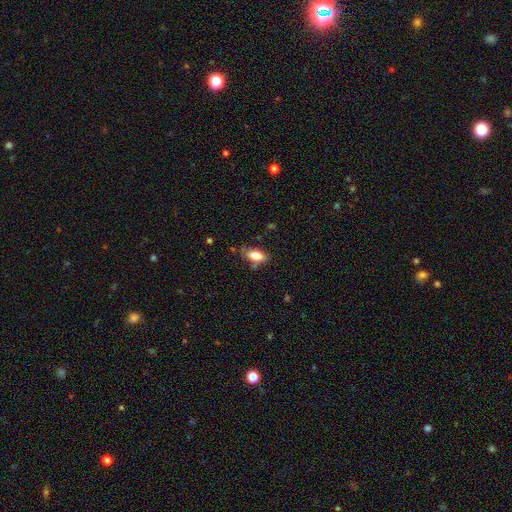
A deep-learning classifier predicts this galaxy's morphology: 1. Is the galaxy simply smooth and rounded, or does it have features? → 80% smooth, 13% featured or disk, 7% star or artifact.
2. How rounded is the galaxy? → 85% in between, 12% cigar-shaped, 3% round.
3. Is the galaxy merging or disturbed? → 71% none, 20% minor disturbance, 4% major disturbance, 4% merger.